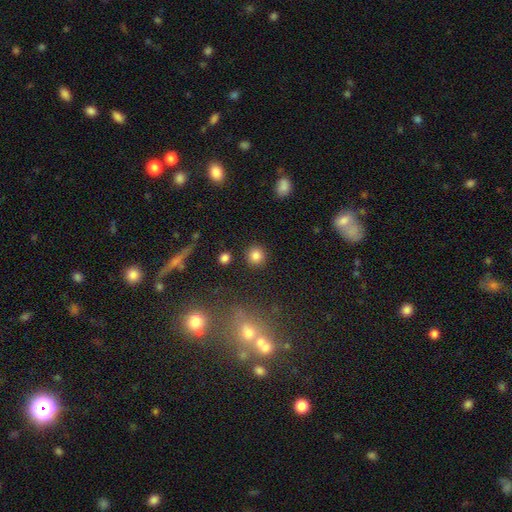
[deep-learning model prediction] smooth 83%, star or artifact 12%, featured or disk 5%. Down the decision tree: how rounded — round (91%); merging — none (89%).